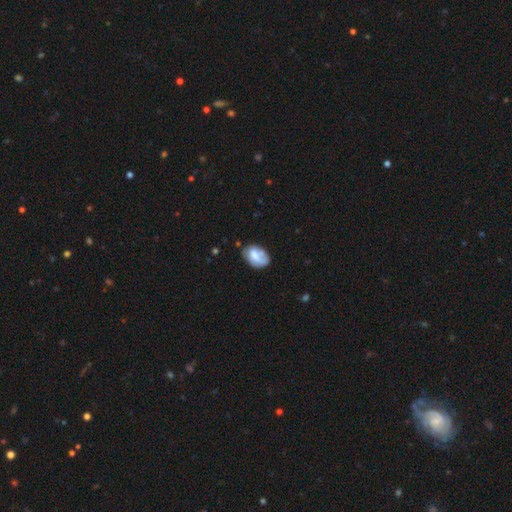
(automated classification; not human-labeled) smooth-or-featured: smooth: 65% | featured or disk: 27% | star or artifact: 8%
  how-rounded: in between: 86% | round: 12% | cigar-shaped: 1%
  merging: none: 51% | minor disturbance: 31% | major disturbance: 12% | merger: 6%